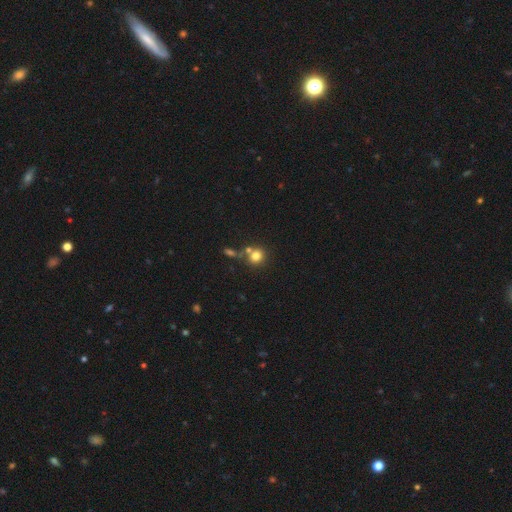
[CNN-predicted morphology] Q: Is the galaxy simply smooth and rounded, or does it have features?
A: smooth — 78%.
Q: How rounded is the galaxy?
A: round — 86%.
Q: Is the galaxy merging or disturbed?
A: none — 58%.